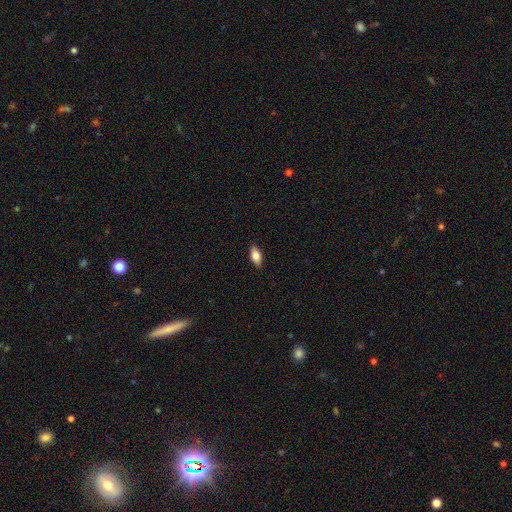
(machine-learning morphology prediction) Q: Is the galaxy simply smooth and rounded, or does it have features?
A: smooth — 83%.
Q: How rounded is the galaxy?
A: in between — 88%.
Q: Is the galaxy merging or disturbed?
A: none — 87%.